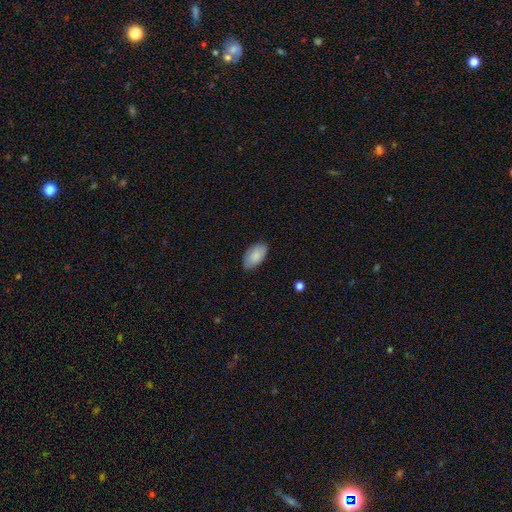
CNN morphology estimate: This is clearly a smooth galaxy (86%). How rounded: clearly in between (95%). Merging: clearly none (82%).